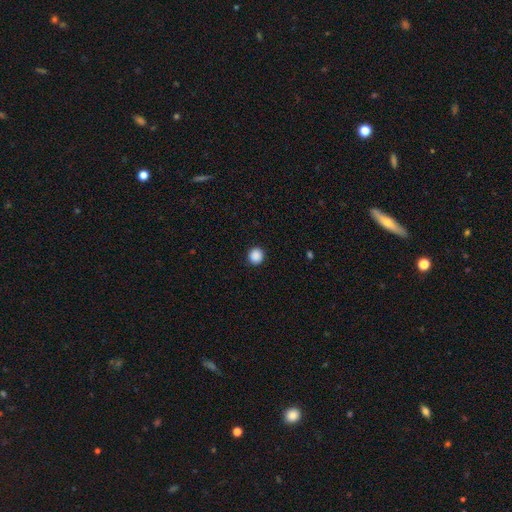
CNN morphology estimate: Smooth or featured? smooth (89%)
How rounded? round (94%)
Merging? none (93%)